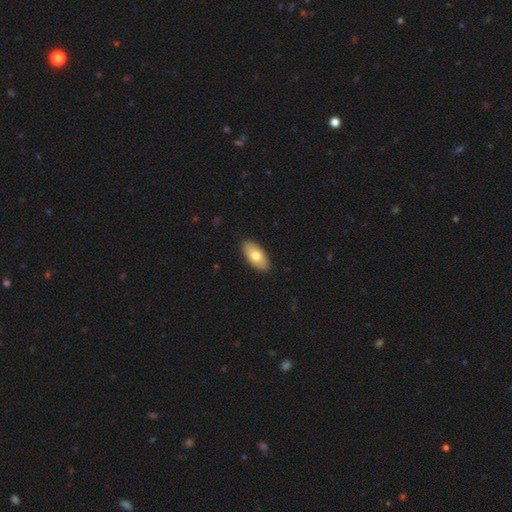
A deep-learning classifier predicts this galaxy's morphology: The model was most divided on "smooth or featured": smooth: 73%, featured or disk: 22%, star or artifact: 6%. More confident: how rounded — in between (92%); merging — none (90%).